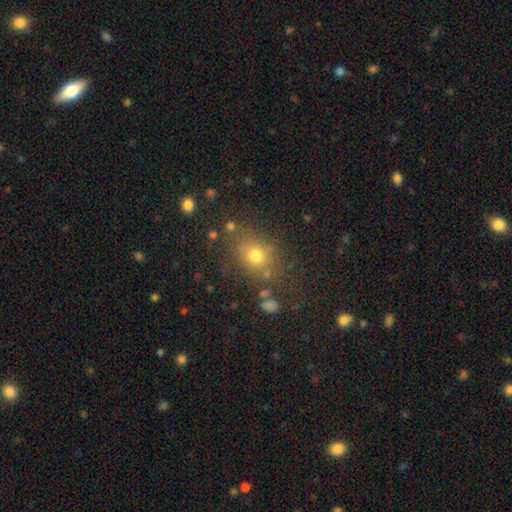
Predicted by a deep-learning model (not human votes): Q: Smooth or featured?
A: smooth (71%); runner-up: star or artifact (17%)
Q: How rounded?
A: round (54%); runner-up: in between (45%)
Q: Merging?
A: none (72%); runner-up: minor disturbance (15%)